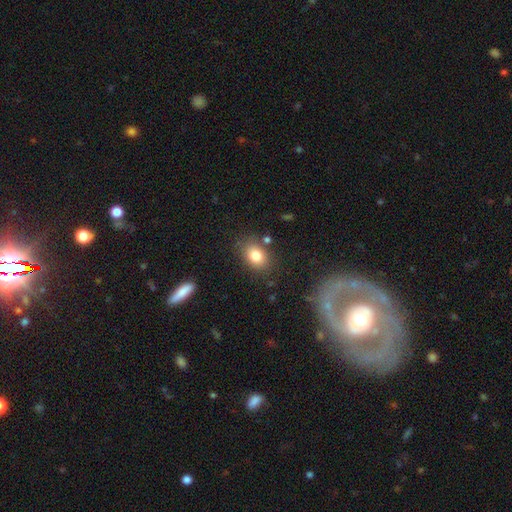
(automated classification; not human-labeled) Smooth or featured?
  - smooth: 81% *
  - star or artifact: 10%
  - featured or disk: 9%
How rounded?
  - in between: 69% *
  - round: 30%
  - cigar-shaped: 1%
Merging?
  - none: 79% *
  - minor disturbance: 13%
  - merger: 5%
  - major disturbance: 4%